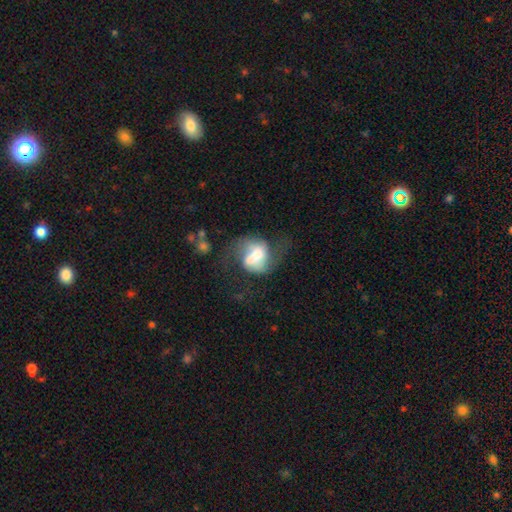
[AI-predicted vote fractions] Q: Smooth or featured?
A: featured or disk (60%); runner-up: smooth (32%)
Q: Edge-on disk?
A: no (95%); runner-up: yes (5%)
Q: Bar?
A: weak (37%); runner-up: strong (36%)
Q: Spiral arms?
A: yes (71%); runner-up: no (29%)
Q: Bulge size?
A: moderate (38%); runner-up: large (24%)
Q: Merging?
A: major disturbance (37%); runner-up: none (35%)